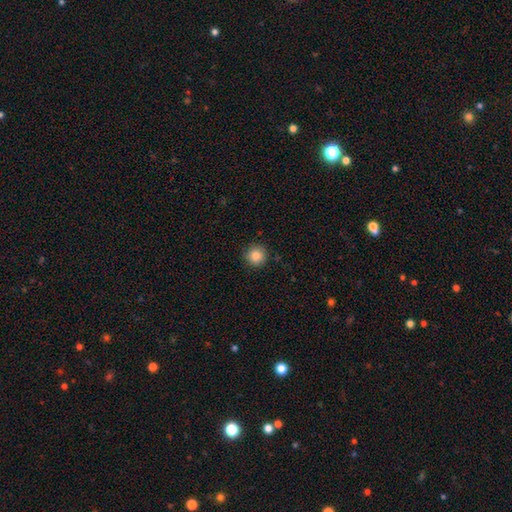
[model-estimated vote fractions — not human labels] smooth-or-featured: smooth: 85% | star or artifact: 10% | featured or disk: 5%
  how-rounded: round: 95% | in between: 4% | cigar-shaped: 1%
  merging: none: 90% | minor disturbance: 7% | major disturbance: 2% | merger: 1%